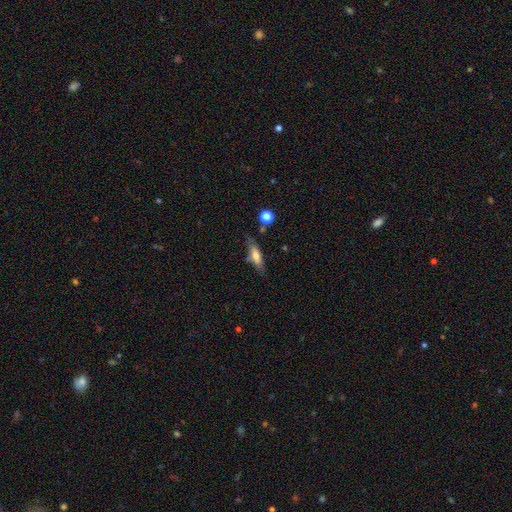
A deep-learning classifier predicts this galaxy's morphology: smooth_or_featured: smooth (p=0.55) [alt: featured or disk p=0.37]
how_rounded: cigar-shaped (p=0.61) [alt: in between p=0.36]
merging: none (p=0.72) [alt: minor disturbance p=0.18]